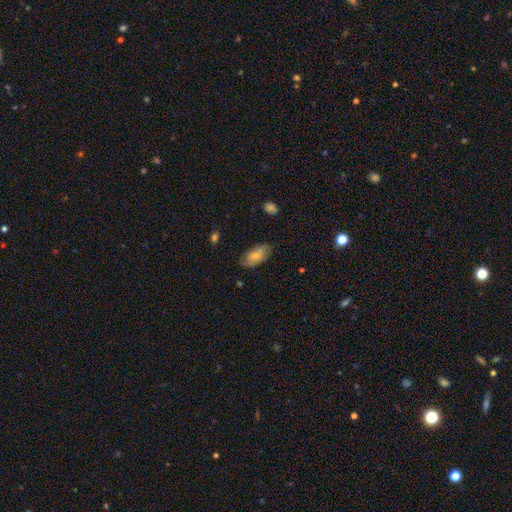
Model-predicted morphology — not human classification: This appears to be a smooth galaxy with no disk features (71%) that is in between round and cigar-shaped (91%). Merging: none (74%).